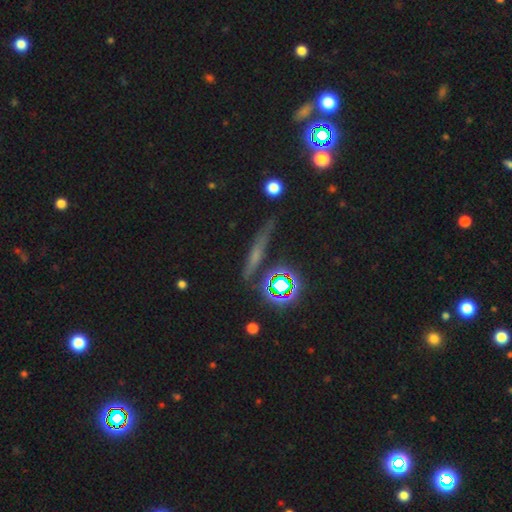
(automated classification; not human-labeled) This appears to be a smooth galaxy with no disk features (38%). Merging: none (80%).